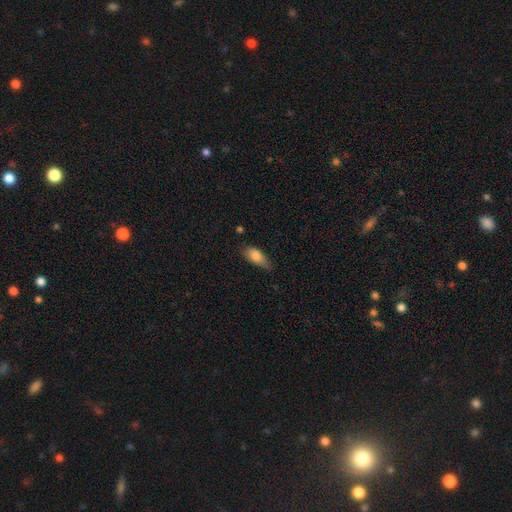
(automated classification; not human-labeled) smooth_or_featured: smooth (p=0.81) [alt: featured or disk p=0.12]
how_rounded: in between (p=0.82) [alt: cigar-shaped p=0.15]
merging: none (p=0.58) [alt: minor disturbance p=0.34]